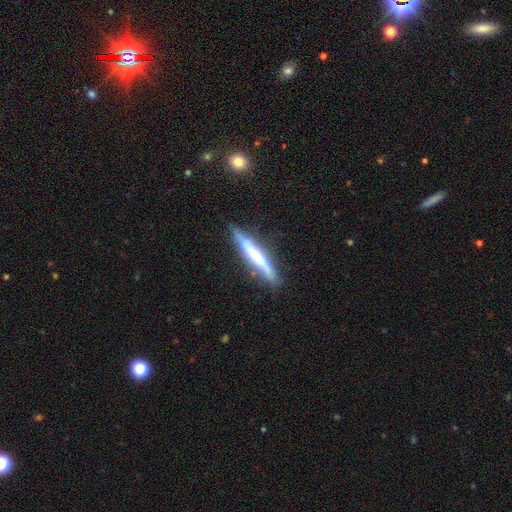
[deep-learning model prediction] Morphology: type=featured or disk (56%); edge-on=yes (91%); edge-on bulge=none (51%); merging=none (79%).